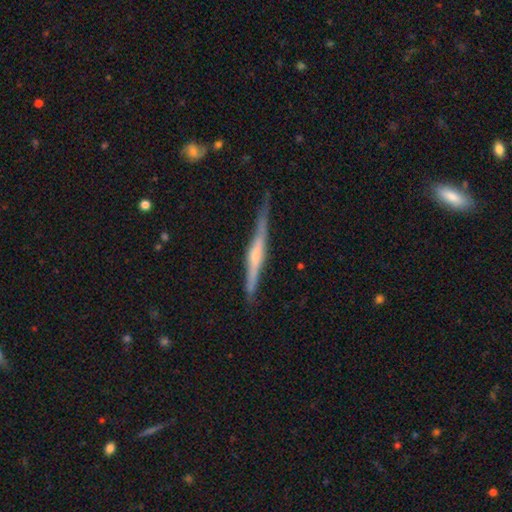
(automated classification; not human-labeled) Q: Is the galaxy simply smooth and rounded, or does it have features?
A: featured or disk — 73%.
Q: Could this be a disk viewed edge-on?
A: yes — 97%.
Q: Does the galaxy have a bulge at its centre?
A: rounded — 61%.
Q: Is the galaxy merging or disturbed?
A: none — 78%.